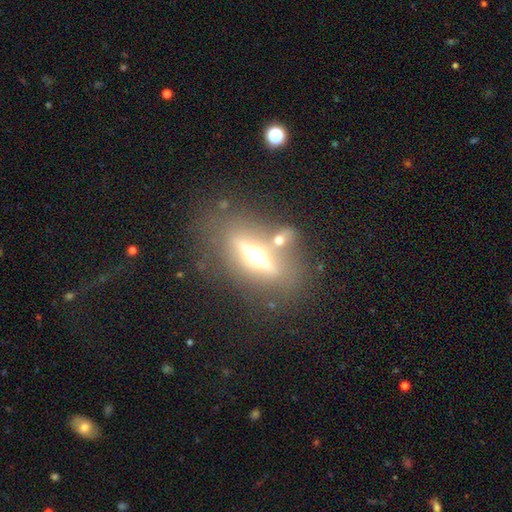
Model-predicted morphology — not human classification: A featured or disk galaxy (71%) viewed edge-on (89%) with a rounded central bulge (94%). Merging: none (73%).